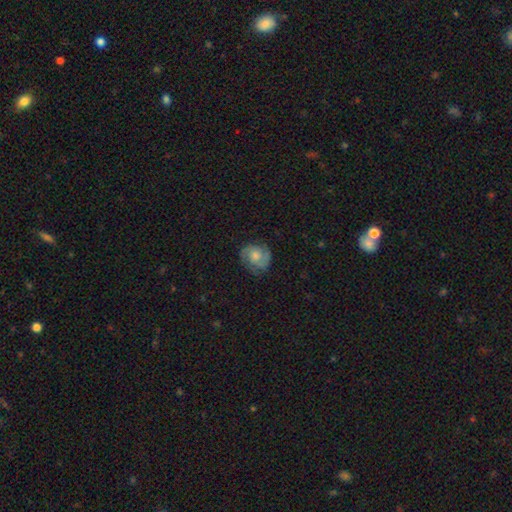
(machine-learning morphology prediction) smooth-or-featured: featured or disk: 72% | smooth: 20% | star or artifact: 8%
  disk-edge-on: no: 98% | yes: 2%
    bar: no: 72% | weak: 24% | strong: 4%
    has-spiral-arms: yes: 94% | no: 6%
      spiral-winding: tight: 50% | medium: 40% | loose: 10%
      spiral-arm-count: 2: 70% | 3: 12% | can't tell: 11% | 1: 3% | 4: 2% | more than 4: 2%
    bulge-size: moderate: 59% | small: 27% | large: 8% | none: 4% | dominant: 1%
  merging: none: 79% | minor disturbance: 15% | major disturbance: 5% | merger: 1%